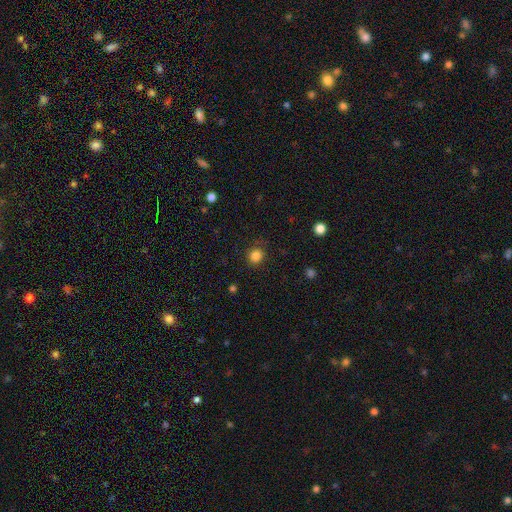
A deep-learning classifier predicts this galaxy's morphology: Smooth or featured? Predicted: smooth (p=0.84). How rounded? Predicted: round (p=0.86). Merging? Predicted: none (p=0.85).